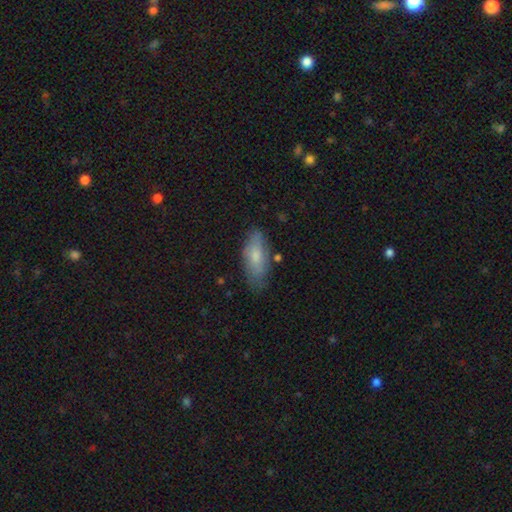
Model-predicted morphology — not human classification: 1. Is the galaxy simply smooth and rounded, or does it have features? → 71% smooth, 22% featured or disk, 6% star or artifact.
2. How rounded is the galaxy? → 79% in between, 19% cigar-shaped, 2% round.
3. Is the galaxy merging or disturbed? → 69% none, 23% minor disturbance, 5% major disturbance, 3% merger.